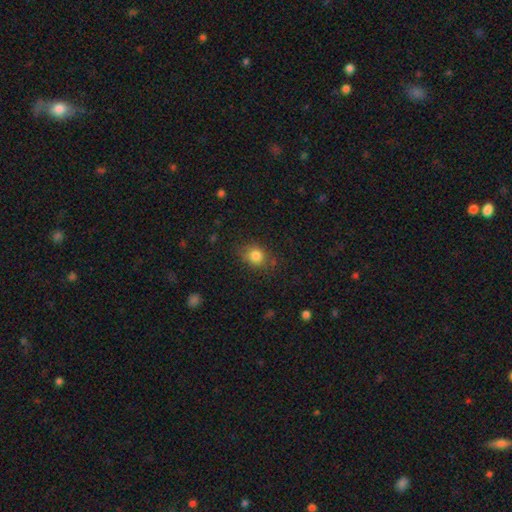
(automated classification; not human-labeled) A smooth galaxy with no disk features (82%) that is round (66%). Merging: none (76%).